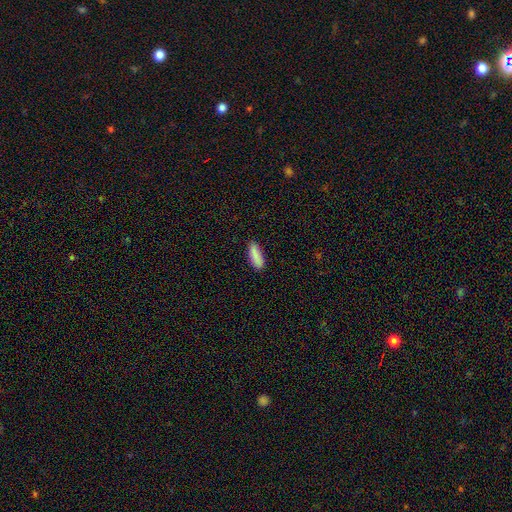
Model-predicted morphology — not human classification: type=smooth (89%); roundness=in between (57%); merging=none (87%).